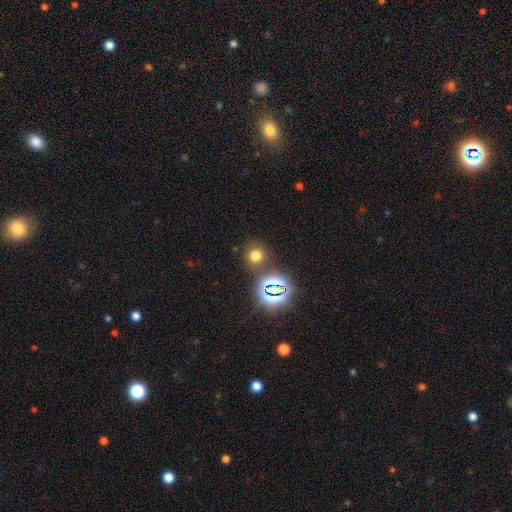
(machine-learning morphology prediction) smooth_or_featured: smooth (p=0.64) [alt: star or artifact p=0.28]
how_rounded: round (p=0.87) [alt: in between p=0.12]
merging: none (p=0.79) [alt: minor disturbance p=0.09]